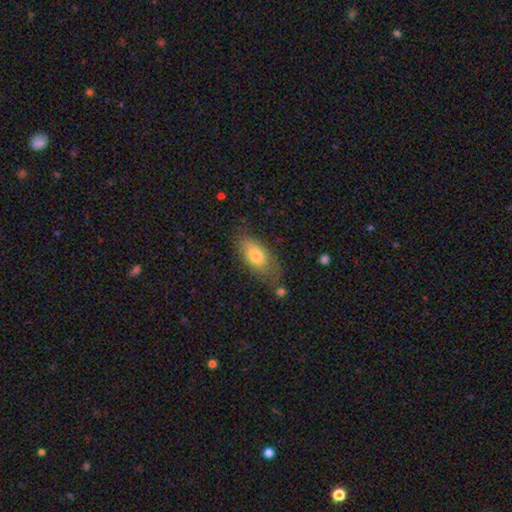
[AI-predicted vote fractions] This is likely a smooth galaxy (74%). How rounded: clearly in between (87%). Merging: likely none (62%).